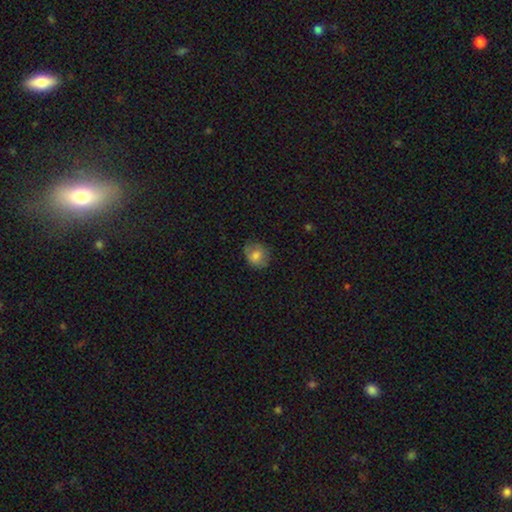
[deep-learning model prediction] Smooth or featured?
  - smooth: 77% *
  - featured or disk: 14%
  - star or artifact: 9%
How rounded?
  - round: 75% *
  - in between: 24%
  - cigar-shaped: 1%
Merging?
  - none: 72% *
  - minor disturbance: 22%
  - major disturbance: 6%
  - merger: 1%